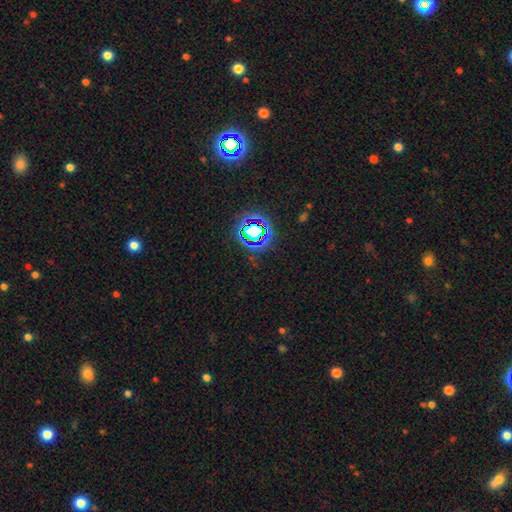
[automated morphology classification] A star or artifact, not a galaxy (78%).

Vote fractions:
- Smooth or featured? star or artifact: 78% / smooth: 13% / featured or disk: 8%